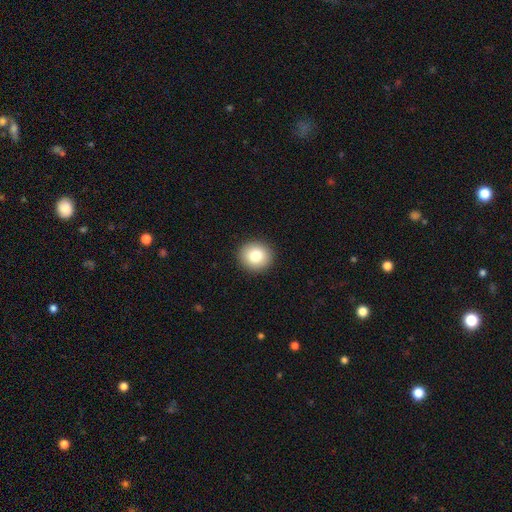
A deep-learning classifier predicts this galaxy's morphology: A smooth galaxy with no disk features (81%) that is round (87%). Merging: none (92%).